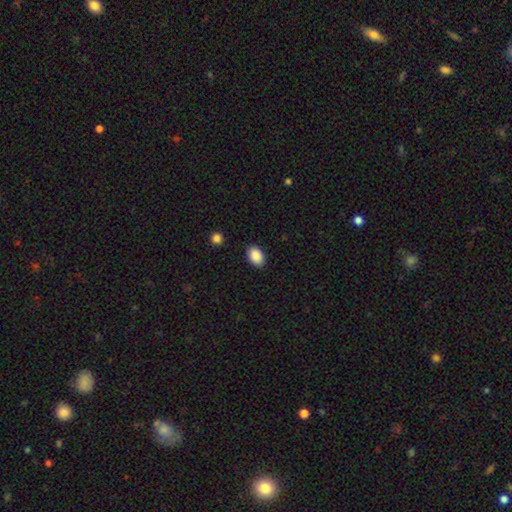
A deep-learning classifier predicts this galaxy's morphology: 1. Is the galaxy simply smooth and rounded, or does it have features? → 89% smooth, 7% star or artifact, 4% featured or disk.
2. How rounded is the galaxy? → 86% in between, 13% round, 1% cigar-shaped.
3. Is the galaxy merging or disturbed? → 87% none, 9% minor disturbance, 2% major disturbance, 1% merger.